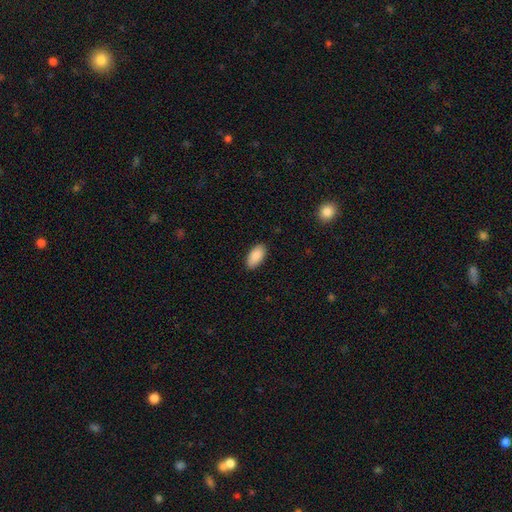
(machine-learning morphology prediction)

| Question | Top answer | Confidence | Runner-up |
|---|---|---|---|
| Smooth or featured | smooth | 89% | star or artifact (6%) |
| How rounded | in between | 93% | cigar-shaped (5%) |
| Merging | none | 87% | minor disturbance (10%) |